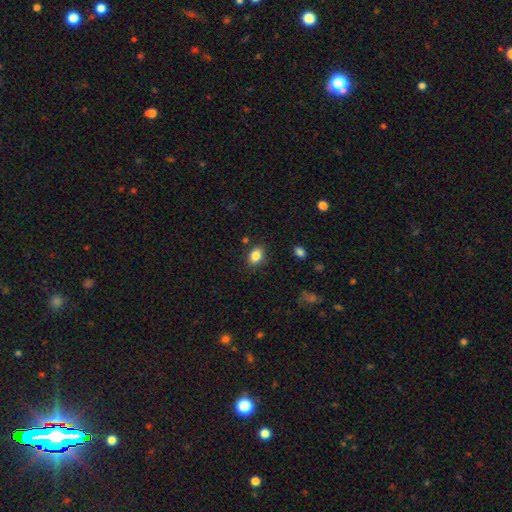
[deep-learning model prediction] smooth_or_featured: smooth (p=0.85) [alt: star or artifact p=0.09]
how_rounded: in between (p=0.75) [alt: round p=0.24]
merging: none (p=0.85) [alt: minor disturbance p=0.11]